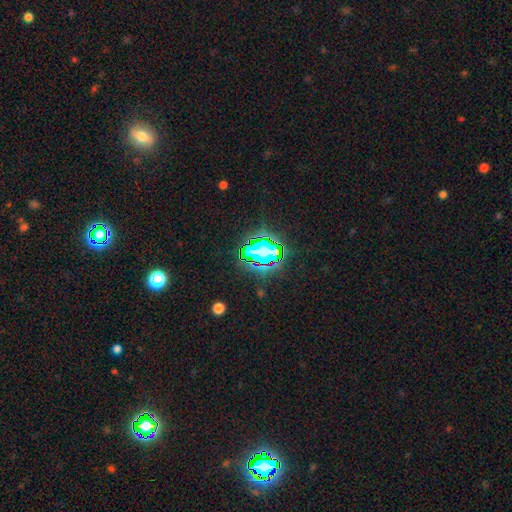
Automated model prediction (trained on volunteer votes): This is likely a star or artifact rather than a galaxy (76%).